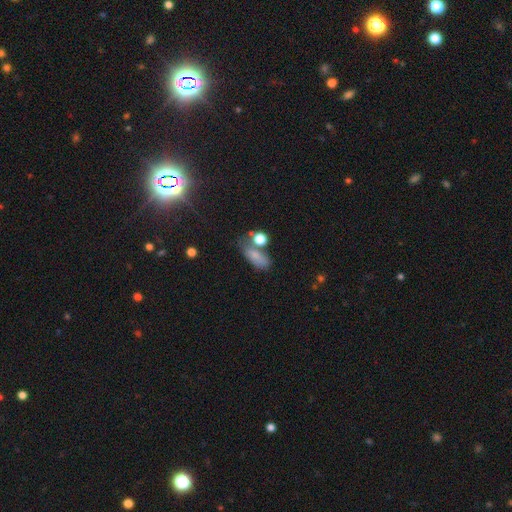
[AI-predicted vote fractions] This is likely a smooth galaxy (73%). How rounded: likely in between (77%). Merging: possibly none (46%).